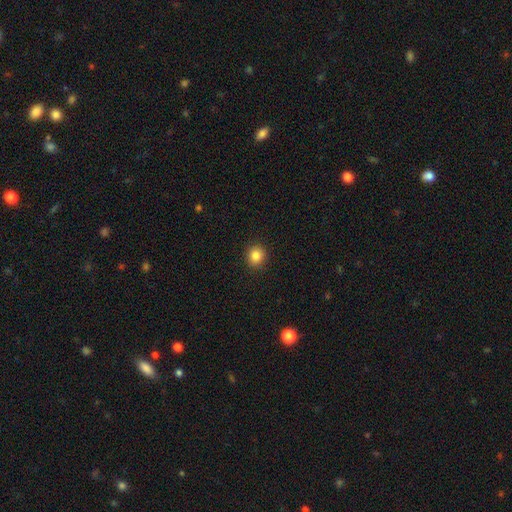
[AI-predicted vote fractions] Smooth or featured? Predicted: smooth (p=0.85). How rounded? Predicted: round (p=0.88). Merging? Predicted: none (p=0.92).